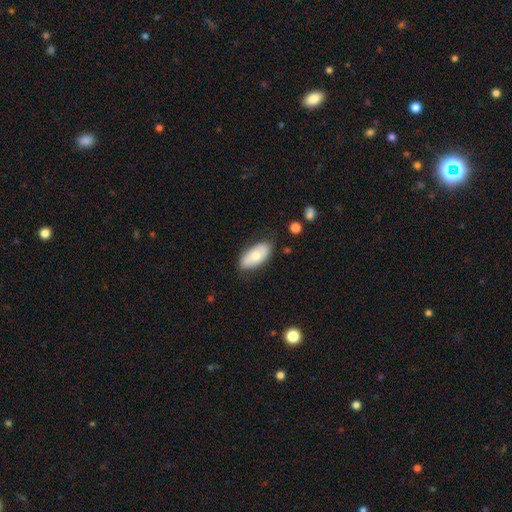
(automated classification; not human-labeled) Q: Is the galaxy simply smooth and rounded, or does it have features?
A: smooth — 68%.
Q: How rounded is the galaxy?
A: in between — 93%.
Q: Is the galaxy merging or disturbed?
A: none — 81%.